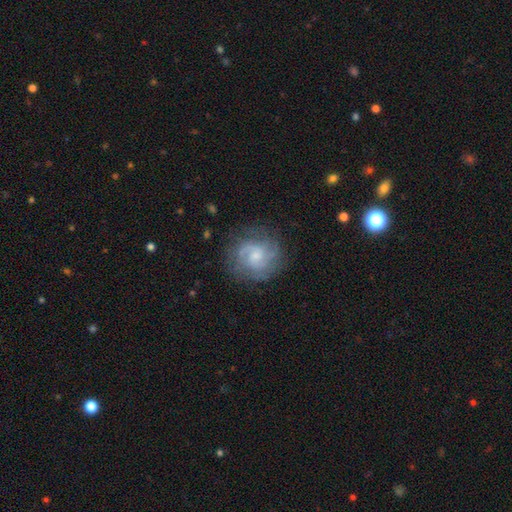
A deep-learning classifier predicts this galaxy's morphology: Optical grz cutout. It shows a featured or disk galaxy (74%) with no bar (65%), 2 (35%) tight (48%) spiral arms (92%) and a small central bulge (56%). Merging: none (75%).